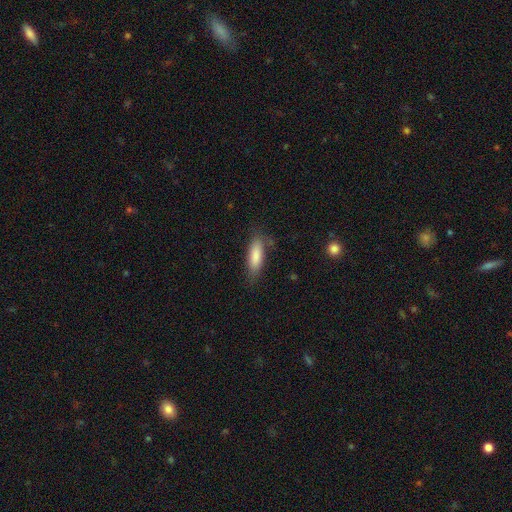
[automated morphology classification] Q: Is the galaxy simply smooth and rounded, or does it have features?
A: smooth — 84%.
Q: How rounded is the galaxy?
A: in between — 59%.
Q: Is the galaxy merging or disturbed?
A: none — 73%.